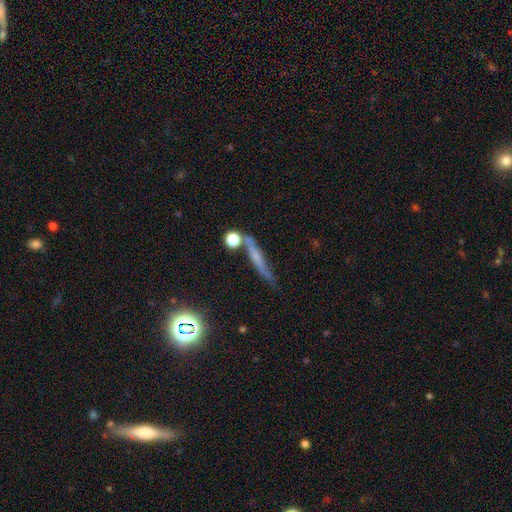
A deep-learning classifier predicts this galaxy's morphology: featured or disk 47%, smooth 36%, star or artifact 17%. Down the decision tree: merging — none (67%).